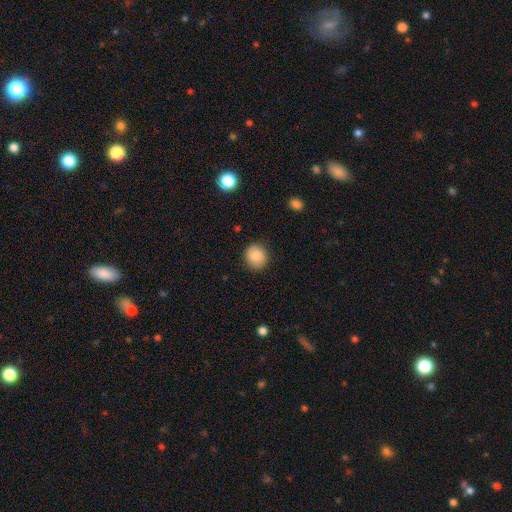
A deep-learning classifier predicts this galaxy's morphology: smooth-or-featured: smooth: 88% | star or artifact: 8% | featured or disk: 4%
  how-rounded: round: 83% | in between: 16% | cigar-shaped: 1%
  merging: none: 87% | minor disturbance: 9% | major disturbance: 3% | merger: 1%